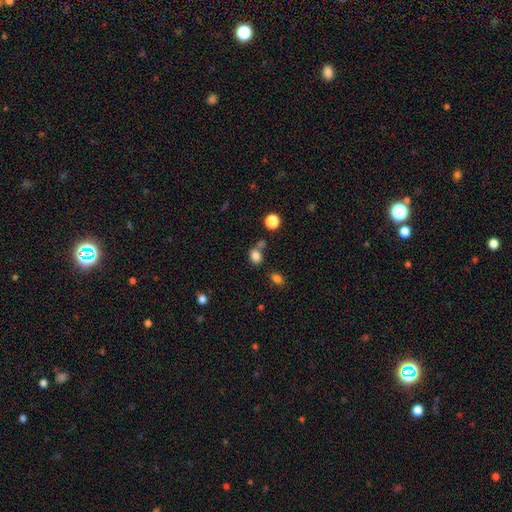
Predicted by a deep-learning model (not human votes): A smooth galaxy with no disk features (82%) that is in between round and cigar-shaped (51%).

Vote fractions:
- Smooth or featured? smooth: 82% / star or artifact: 13% / featured or disk: 5%
- How rounded? in between: 51% / round: 48% / cigar-shaped: 1%
- Merging? none: 61% / merger: 20% / minor disturbance: 14% / major disturbance: 5%